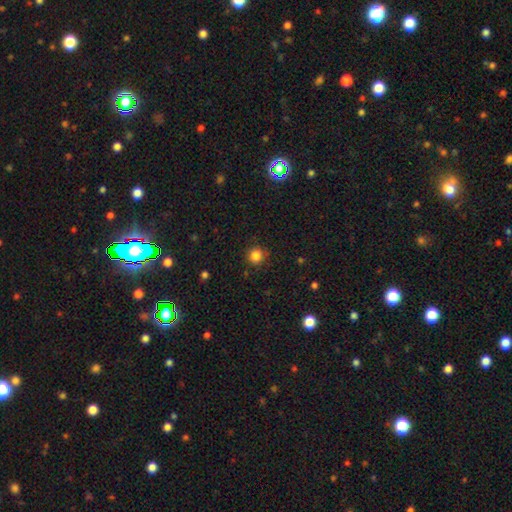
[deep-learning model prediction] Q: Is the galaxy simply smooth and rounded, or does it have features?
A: smooth — 84%.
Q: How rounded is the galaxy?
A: round — 92%.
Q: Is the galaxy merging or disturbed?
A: none — 87%.